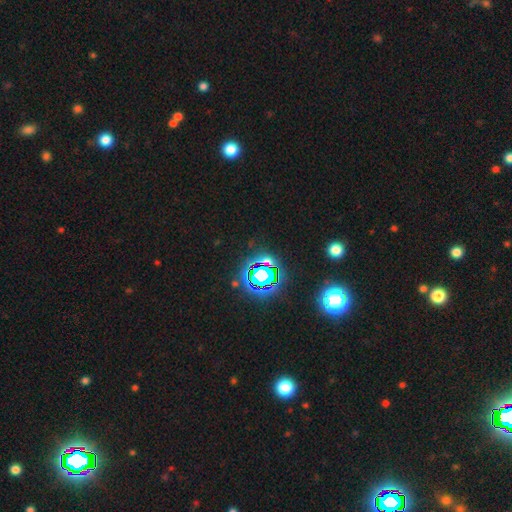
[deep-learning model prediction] Smooth or featured? star or artifact (81%)